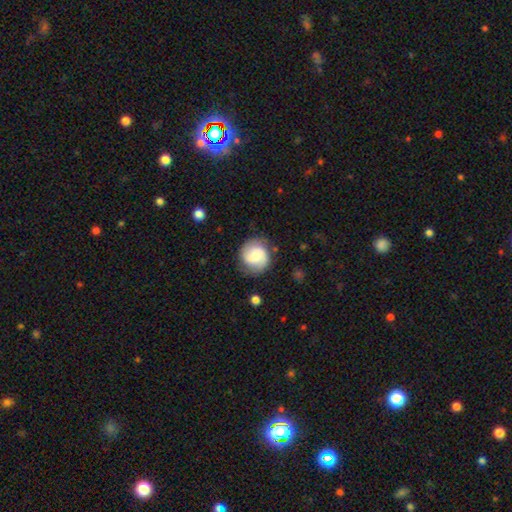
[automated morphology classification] A featured or disk galaxy (61%) with no bar (54%), 2 (86%) medium (43%) spiral arms (94%) and a small central bulge (44%).

Vote fractions:
- Smooth or featured? featured or disk: 61% / smooth: 32% / star or artifact: 7%
- Edge-on disk? no: 98% / yes: 2%
- Bar? no: 54% / weak: 38% / strong: 8%
- Spiral arms? yes: 94% / no: 6%
- Spiral winding? medium: 43% / tight: 39% / loose: 17%
- Spiral arm count? 2: 86% / can't tell: 6% / 1: 4% / 3: 2% / 4: 1% / more than 4: 1%
- Bulge size? small: 44% / moderate: 34% / none: 10% / large: 9% / dominant: 3%
- Merging? none: 80% / minor disturbance: 14% / major disturbance: 5% / merger: 2%